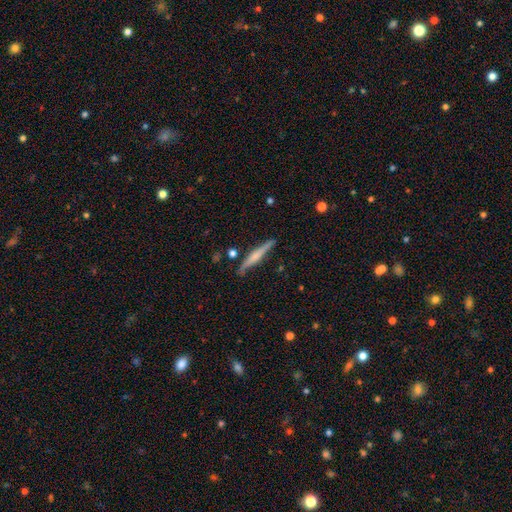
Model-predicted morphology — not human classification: smooth_or_featured: featured or disk (p=0.57) [alt: smooth p=0.37]
disk_edge_on: yes (p=0.97) [alt: no p=0.03]
edge_on_bulge: rounded (p=0.52) [alt: none p=0.27]
merging: none (p=0.85) [alt: minor disturbance p=0.10]